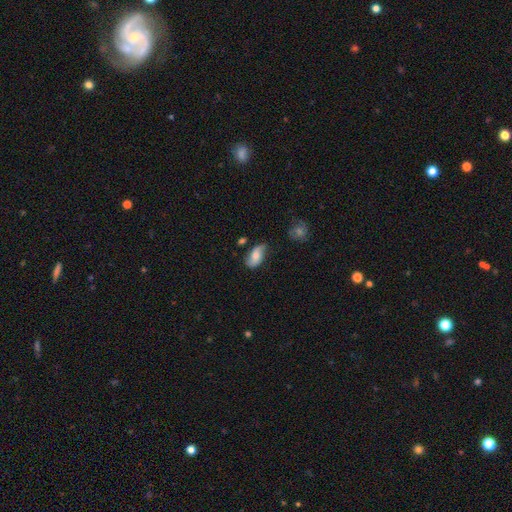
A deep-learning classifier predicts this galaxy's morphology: Smooth or featured?
  - smooth: 49% *
  - featured or disk: 44%
  - star or artifact: 8%
Merging?
  - none: 59% *
  - minor disturbance: 30%
  - major disturbance: 8%
  - merger: 3%